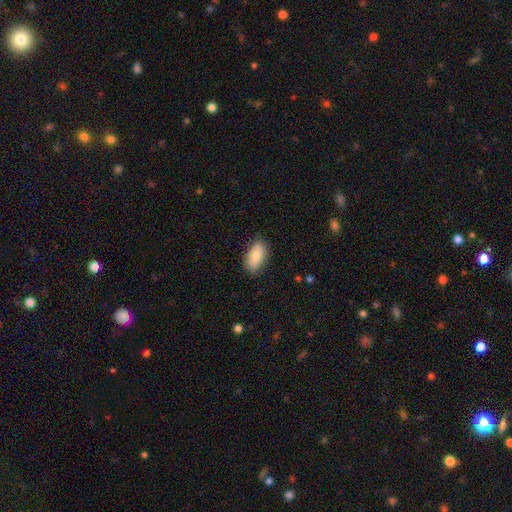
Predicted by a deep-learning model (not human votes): A smooth galaxy with no disk features (80%) that is in between round and cigar-shaped (92%).

Vote fractions:
- Smooth or featured? smooth: 80% / featured or disk: 14% / star or artifact: 6%
- How rounded? in between: 92% / round: 4% / cigar-shaped: 4%
- Merging? none: 84% / minor disturbance: 12% / major disturbance: 2% / merger: 1%